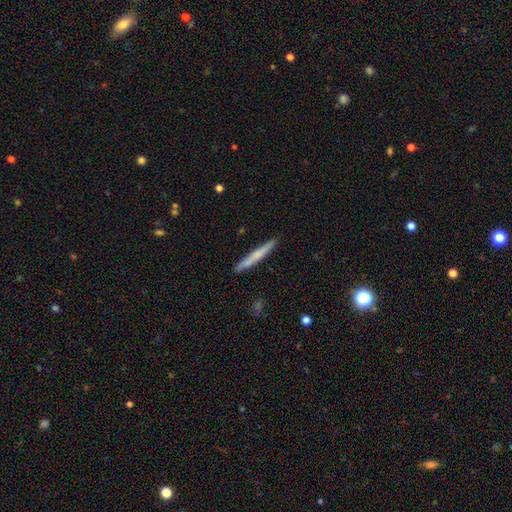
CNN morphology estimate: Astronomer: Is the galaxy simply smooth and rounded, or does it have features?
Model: smooth — 60%.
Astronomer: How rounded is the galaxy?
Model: cigar-shaped — 96%.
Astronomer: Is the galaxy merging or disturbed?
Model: none — 89%.